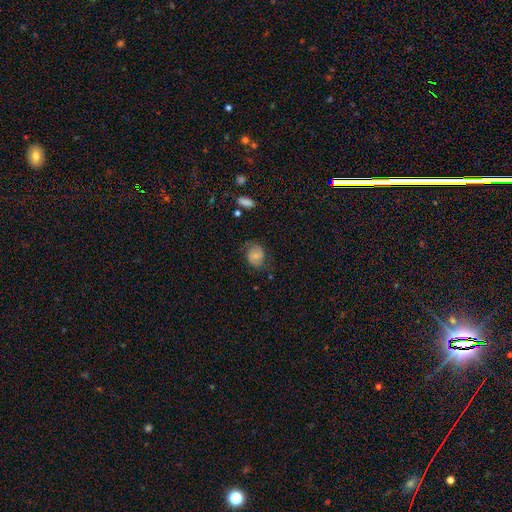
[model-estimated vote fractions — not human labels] smooth-or-featured: smooth: 49% | featured or disk: 42% | star or artifact: 8%
  merging: none: 64% | minor disturbance: 24% | major disturbance: 10% | merger: 2%